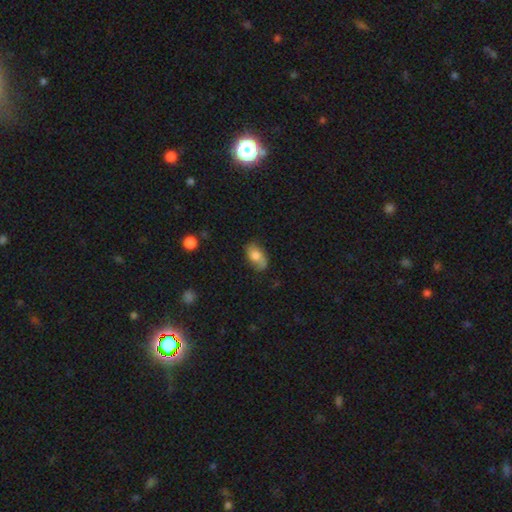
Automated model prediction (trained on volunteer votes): A smooth galaxy with no disk features (67%) that is in between round and cigar-shaped (89%).

Vote fractions:
- Smooth or featured? smooth: 67% / featured or disk: 25% / star or artifact: 8%
- How rounded? in between: 89% / round: 9% / cigar-shaped: 2%
- Merging? none: 63% / minor disturbance: 27% / major disturbance: 7% / merger: 3%